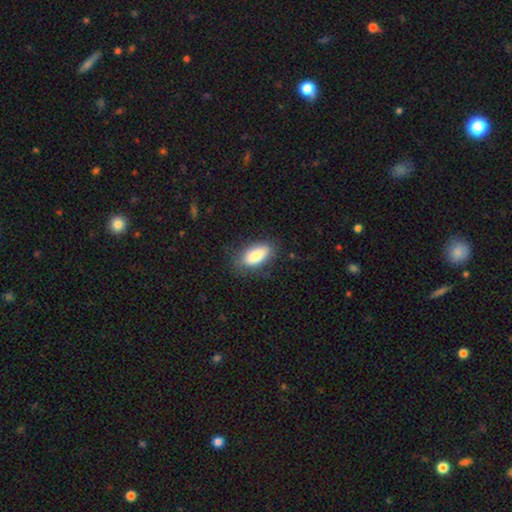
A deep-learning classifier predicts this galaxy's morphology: This is clearly a smooth galaxy (82%). How rounded: clearly in between (89%). Merging: likely none (75%).